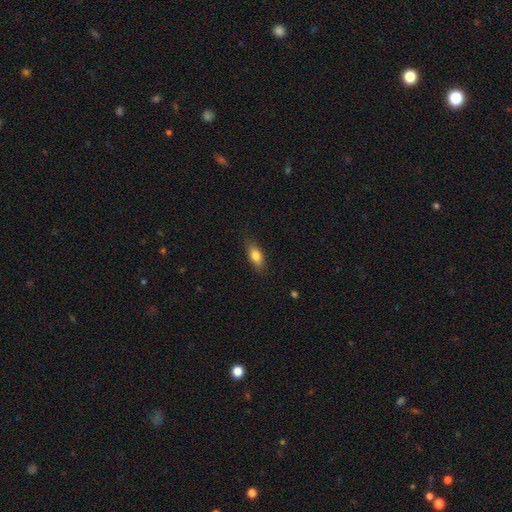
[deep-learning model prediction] A smooth galaxy with no disk features (80%) that is in between round and cigar-shaped (81%). Merging: none (81%).